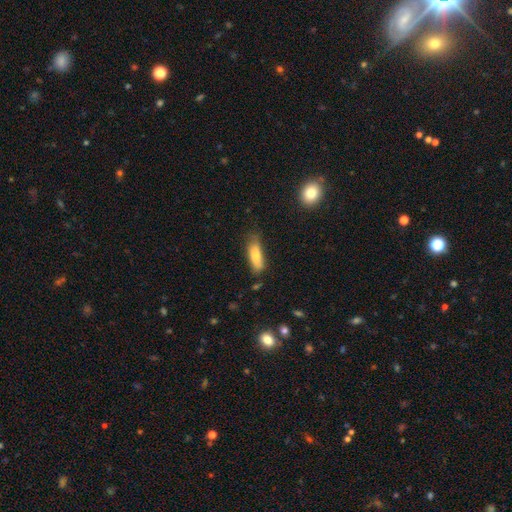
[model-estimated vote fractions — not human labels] Overall: smooth (81%). How rounded: in between (55%; cigar-shaped 43%). Merging: none (60%; minor disturbance 29%).